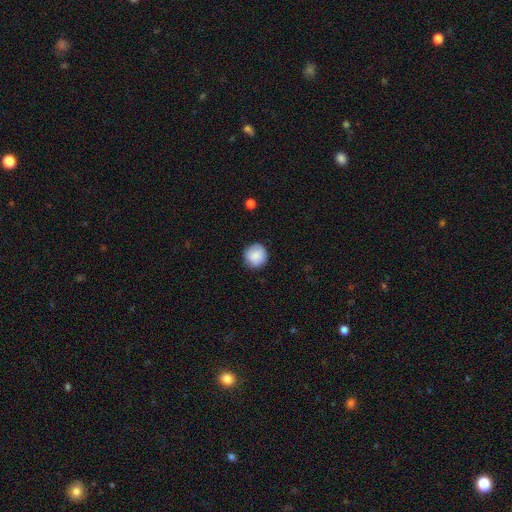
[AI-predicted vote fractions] smooth_or_featured: smooth (p=0.86) [alt: star or artifact p=0.07]
how_rounded: round (p=0.94) [alt: in between p=0.05]
merging: none (p=0.86) [alt: minor disturbance p=0.10]